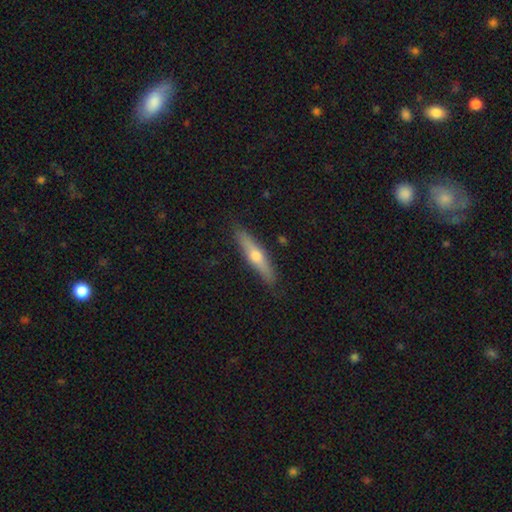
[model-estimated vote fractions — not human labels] This is possibly a featured or disk galaxy (55%). It is clearly viewed edge-on (92%). Edge-on bulge: clearly rounded (90%). Merging: clearly none (89%).